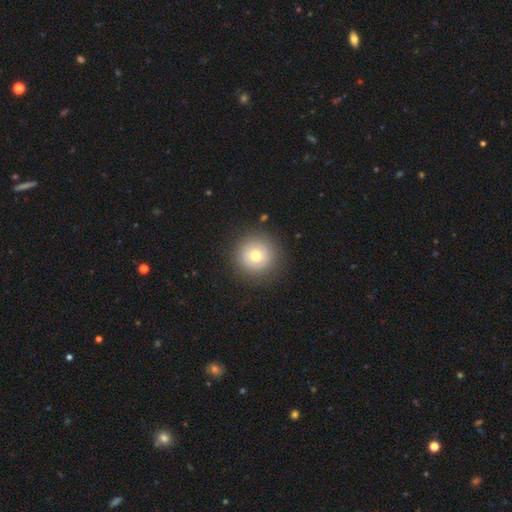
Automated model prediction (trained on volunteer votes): smooth 62%, featured or disk 27%, star or artifact 10%. Down the decision tree: how rounded — round (96%); merging — none (87%).